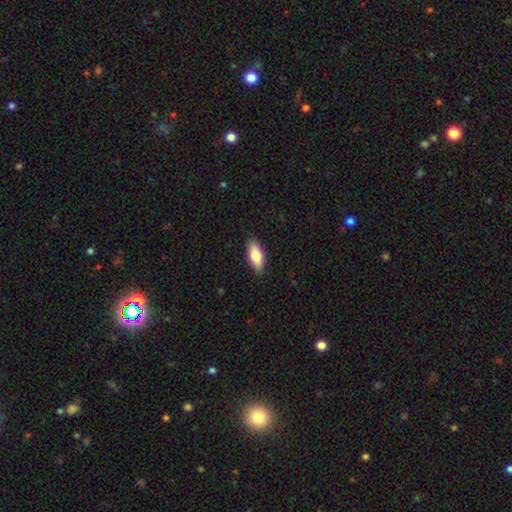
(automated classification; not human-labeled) This is likely a smooth galaxy (78%). How rounded: clearly in between (80%). Merging: clearly none (89%).